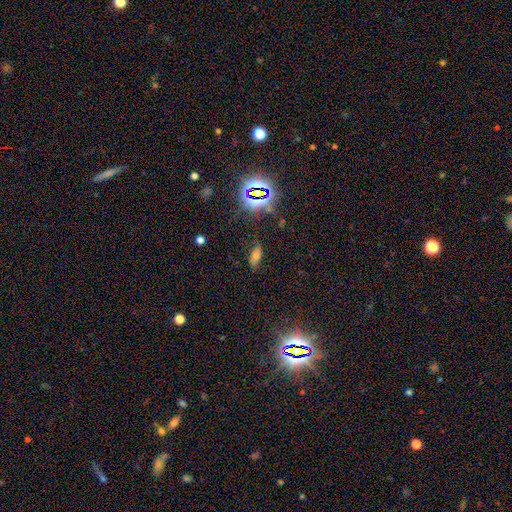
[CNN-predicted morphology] type=smooth (55%); roundness=in between (81%); merging=none (81%).